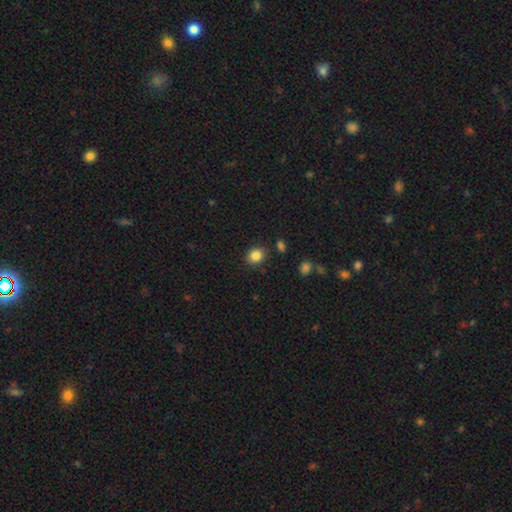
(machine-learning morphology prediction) A smooth galaxy with no disk features (85%) that is round (61%). Merging: none (84%).